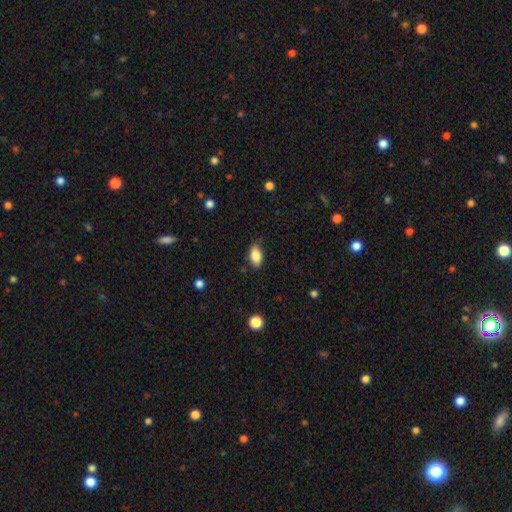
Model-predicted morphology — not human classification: Smooth or featured? Predicted: smooth (p=0.86). How rounded? Predicted: in between (p=0.91). Merging? Predicted: none (p=0.82).